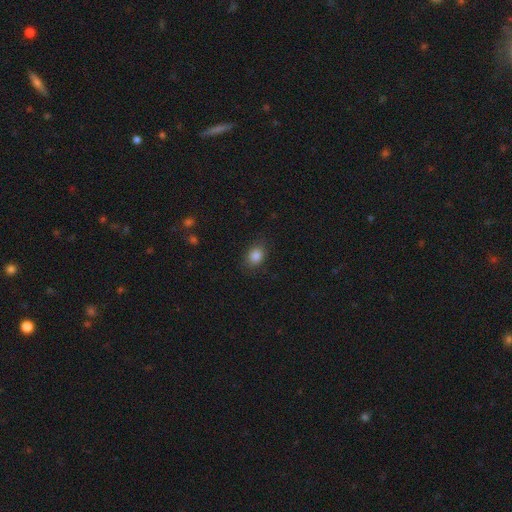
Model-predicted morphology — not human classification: smooth_or_featured: smooth (p=0.85) [alt: star or artifact p=0.10]
how_rounded: in between (p=0.62) [alt: round p=0.37]
merging: none (p=0.83) [alt: minor disturbance p=0.13]